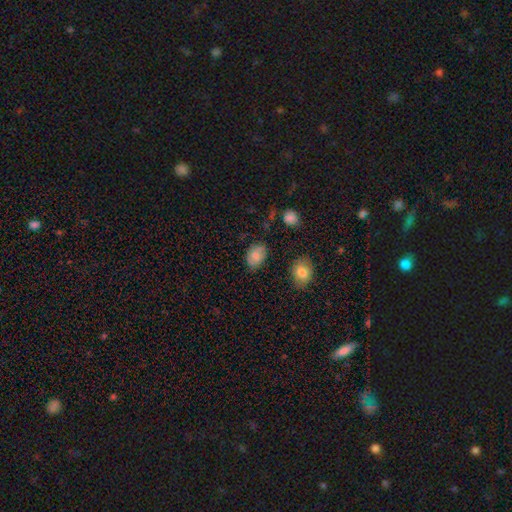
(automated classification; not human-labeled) smooth_or_featured: smooth (p=0.79) [alt: featured or disk p=0.13]
how_rounded: in between (p=0.82) [alt: round p=0.17]
merging: none (p=0.79) [alt: minor disturbance p=0.16]